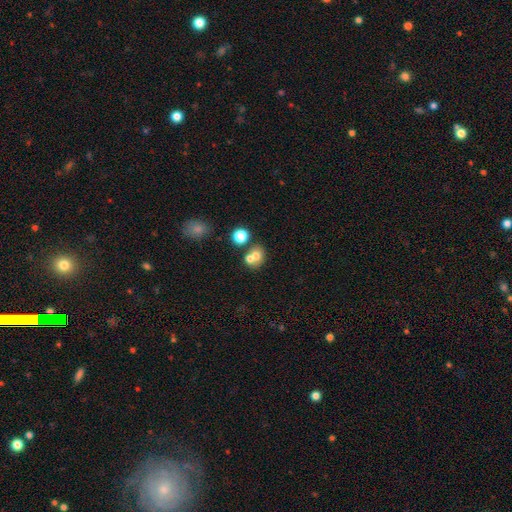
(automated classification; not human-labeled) The model was most divided on "merging": merger: 50%, none: 39%, minor disturbance: 8%, major disturbance: 4%. More confident: smooth or featured — smooth (69%); how rounded — round (65%).